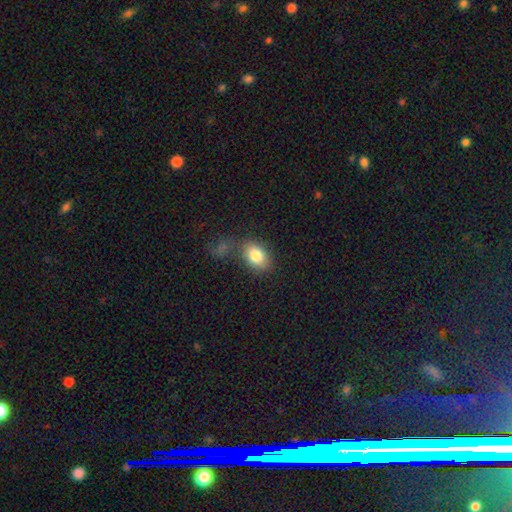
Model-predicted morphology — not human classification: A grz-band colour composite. It shows a smooth galaxy with no disk features (83%) that is in between round and cigar-shaped (79%). Merging: none (69%).